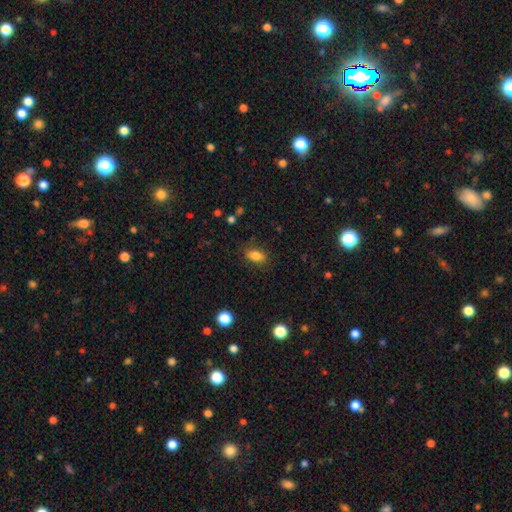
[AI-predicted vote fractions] This appears to be a smooth galaxy with no disk features (84%) that is in between round and cigar-shaped (86%). Merging: none (84%).